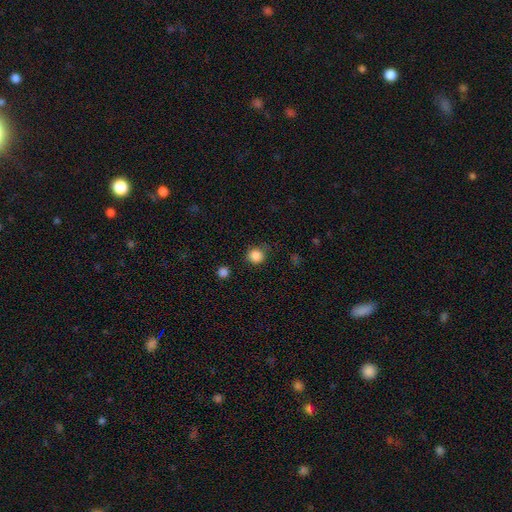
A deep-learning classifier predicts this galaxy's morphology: Smooth or featured? Predicted: smooth (p=0.86). How rounded? Predicted: round (p=0.90). Merging? Predicted: none (p=0.80).